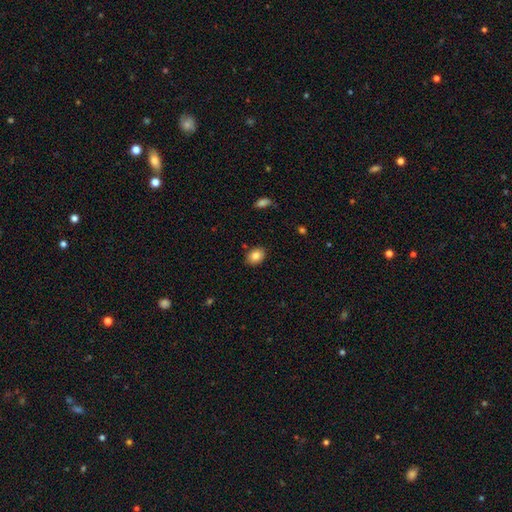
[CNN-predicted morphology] type=smooth (83%); roundness=in between (69%); merging=none (87%).